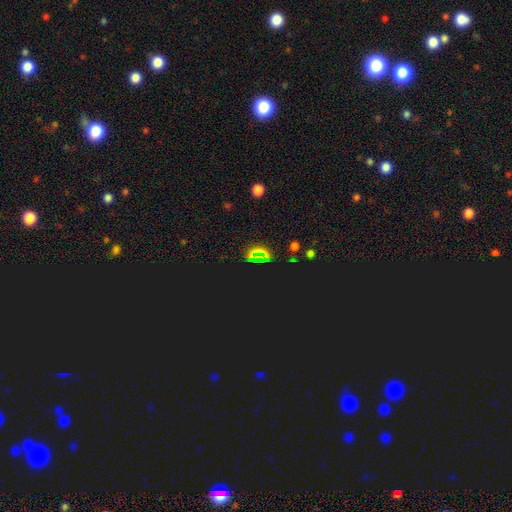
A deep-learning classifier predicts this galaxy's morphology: Smooth or featured?
  - star or artifact: 73% *
  - smooth: 20%
  - featured or disk: 7%